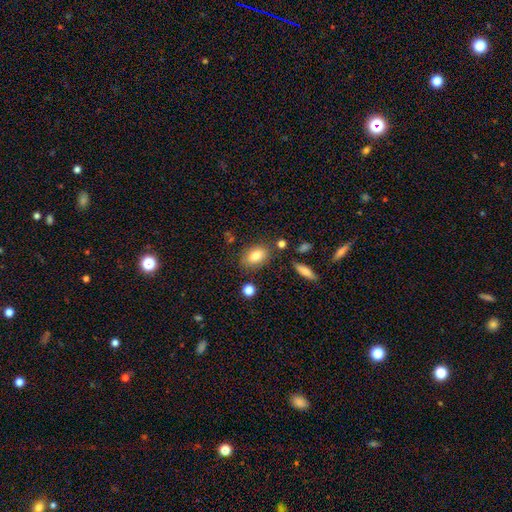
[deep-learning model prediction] The model was most divided on "merging": none: 76%, minor disturbance: 14%, merger: 5%, major disturbance: 4%. More confident: how rounded — in between (84%); smooth or featured — smooth (80%).